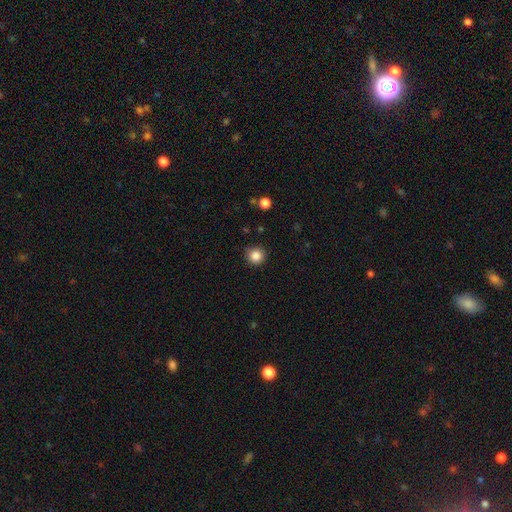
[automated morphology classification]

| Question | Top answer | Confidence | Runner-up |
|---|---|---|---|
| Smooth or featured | smooth | 86% | star or artifact (11%) |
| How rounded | round | 94% | in between (5%) |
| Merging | none | 87% | minor disturbance (10%) |